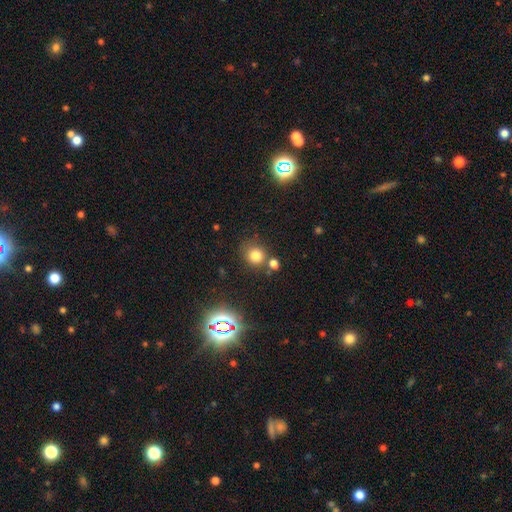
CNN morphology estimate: Q: Smooth or featured?
A: smooth (76%); runner-up: star or artifact (17%)
Q: How rounded?
A: round (83%); runner-up: in between (16%)
Q: Merging?
A: none (67%); runner-up: merger (16%)